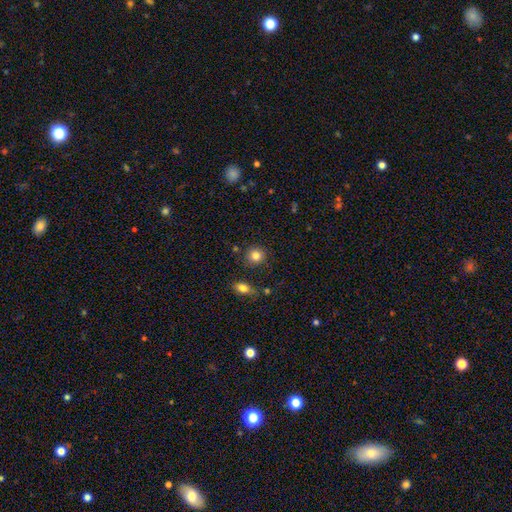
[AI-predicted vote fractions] This appears to be a smooth galaxy with no disk features (83%) that is round (85%). Merging: none (84%).